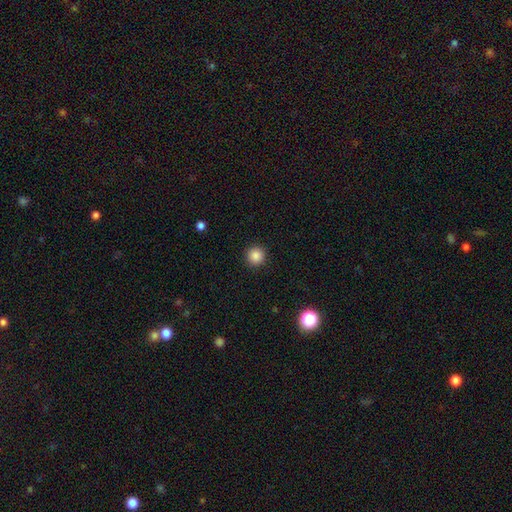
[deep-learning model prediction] Morphology: type=smooth (86%); roundness=round (94%); merging=none (92%).